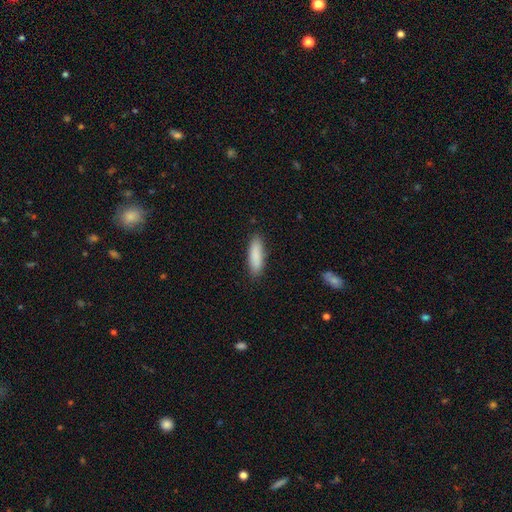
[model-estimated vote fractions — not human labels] This appears to be a smooth galaxy with no disk features (88%) that is cigar-shaped (51%). Merging: none (87%).